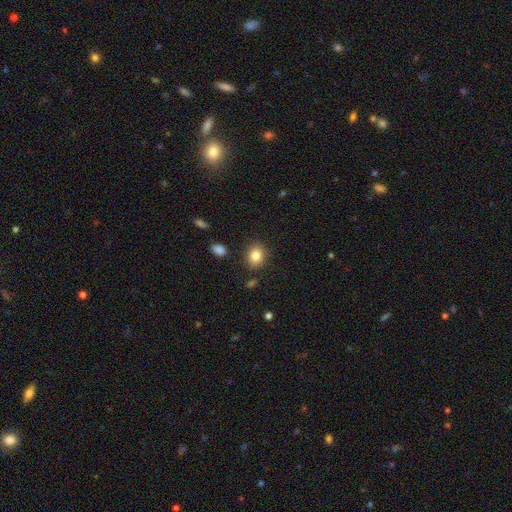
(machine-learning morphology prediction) Smooth or featured: smooth — 83% (star or artifact — 10%)
How rounded: round — 63% (in between — 36%)
Merging: none — 86% (minor disturbance — 9%)